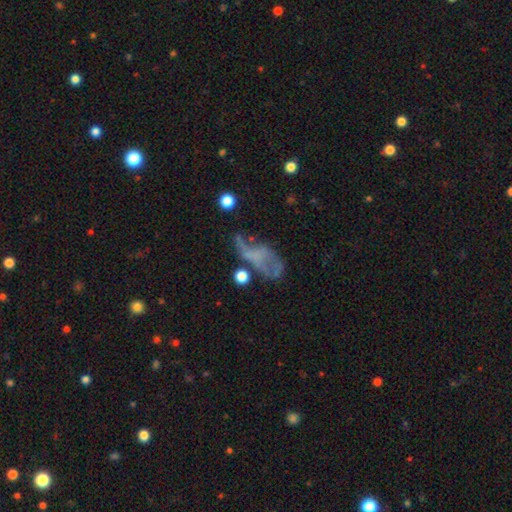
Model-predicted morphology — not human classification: A featured or disk galaxy (49%).

Vote fractions:
- Smooth or featured? featured or disk: 49% / smooth: 34% / star or artifact: 17%
- Merging? major disturbance: 42% / none: 27% / minor disturbance: 20% / merger: 11%